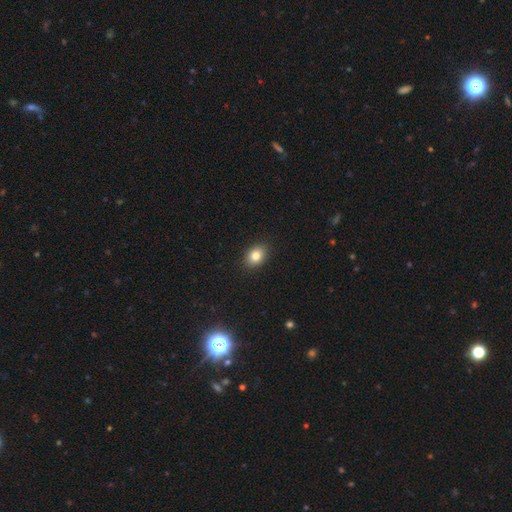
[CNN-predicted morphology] A smooth galaxy with no disk features (81%) that is in between round and cigar-shaped (69%).

Vote fractions:
- Smooth or featured? smooth: 81% / star or artifact: 10% / featured or disk: 9%
- How rounded? in between: 69% / round: 30% / cigar-shaped: 1%
- Merging? none: 89% / minor disturbance: 8% / major disturbance: 2% / merger: 1%